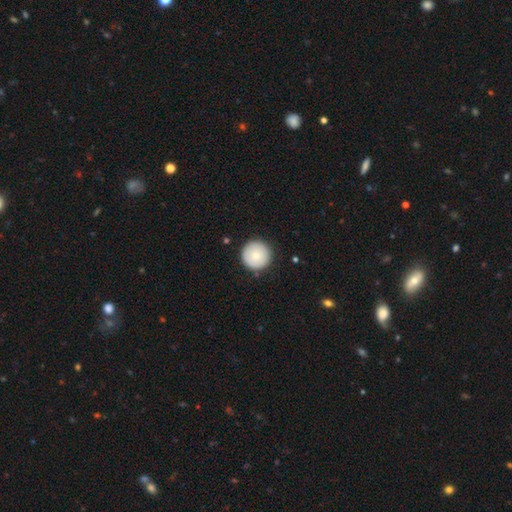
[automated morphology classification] The model was most divided on "smooth or featured": smooth: 78%, featured or disk: 16%, star or artifact: 7%. More confident: how rounded — round (97%); merging — none (90%).